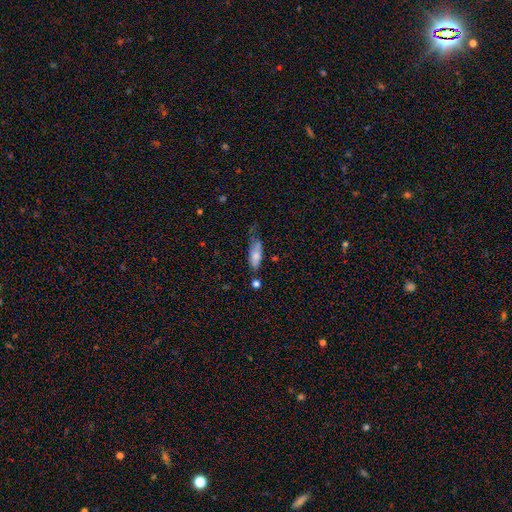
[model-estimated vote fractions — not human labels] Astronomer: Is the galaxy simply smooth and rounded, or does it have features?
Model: smooth — 73%.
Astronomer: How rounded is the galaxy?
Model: in between — 67%.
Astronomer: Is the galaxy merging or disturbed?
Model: none — 38% (runner-up: minor disturbance, 35%).